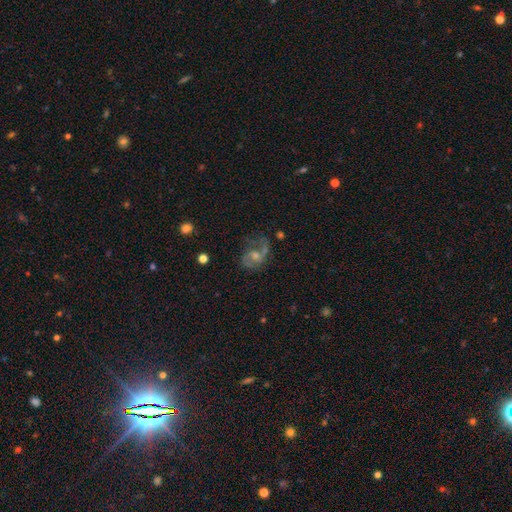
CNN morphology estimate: smooth_or_featured: featured or disk (p=0.69) [alt: smooth p=0.16]
disk_edge_on: no (p=0.97) [alt: yes p=0.03]
bar: no (p=0.62) [alt: weak p=0.32]
has_spiral_arms: yes (p=0.86) [alt: no p=0.14]
spiral_winding: medium (p=0.45) [alt: loose p=0.39]
spiral_arm_count: 2 (p=0.60) [alt: 1 p=0.24]
bulge_size: moderate (p=0.50) [alt: small p=0.38]
merging: none (p=0.54) [alt: major disturbance p=0.23]